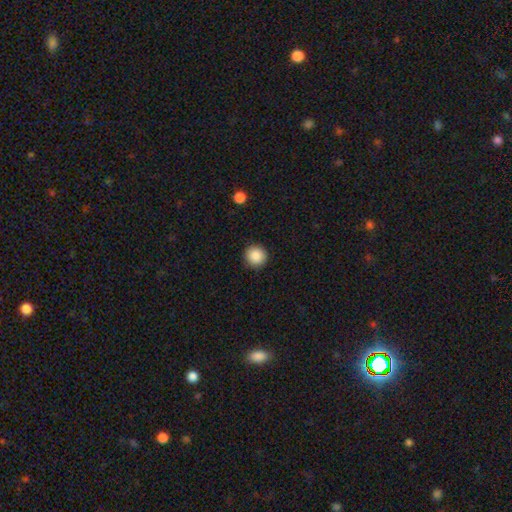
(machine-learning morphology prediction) type=smooth (88%); roundness=round (94%); merging=none (91%).